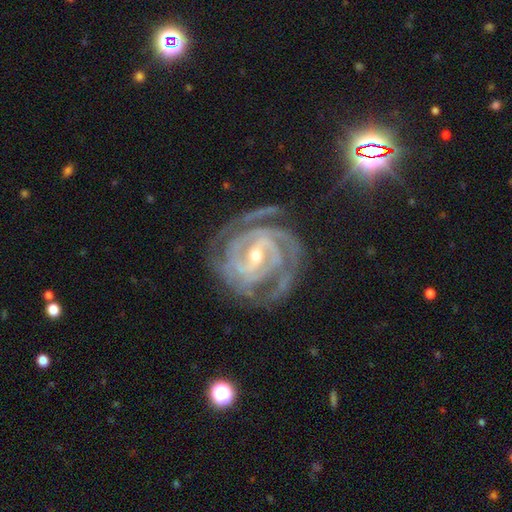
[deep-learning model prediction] Overall: featured or disk (92%). Edge-on disk: no (97%). Bar: strong (46%; weak 39%). Spiral arms: yes (98%). Spiral arm count: 2 (30%, tied with 3). Spiral winding: tight (75%). Bulge size: small (57%; moderate 40%). Merging: none (71%).